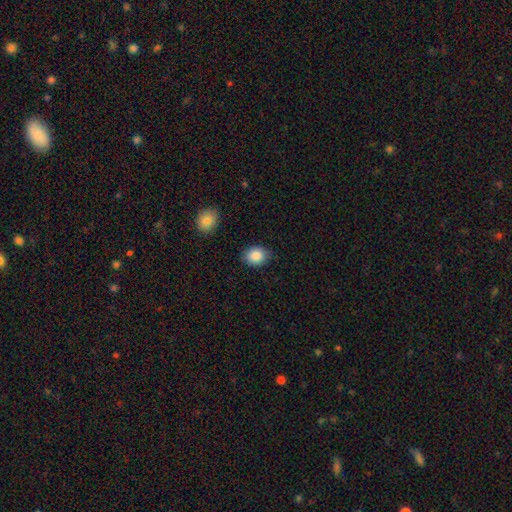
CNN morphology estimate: smooth 87%, star or artifact 8%, featured or disk 5%. Down the decision tree: how rounded — in between (55%); merging — none (83%).